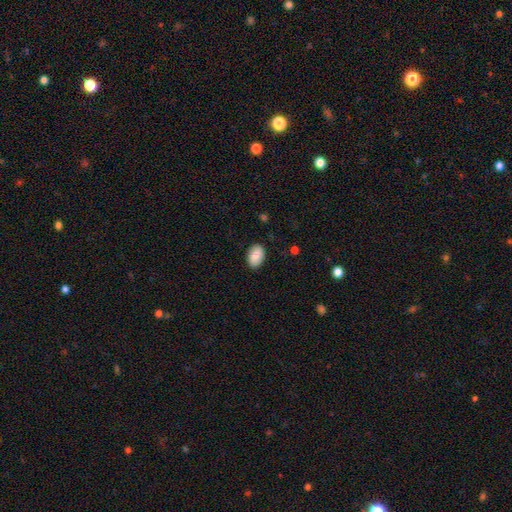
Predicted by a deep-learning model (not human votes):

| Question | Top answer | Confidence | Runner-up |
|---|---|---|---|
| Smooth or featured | smooth | 81% | featured or disk (12%) |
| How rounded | in between | 90% | round (9%) |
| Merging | none | 86% | minor disturbance (11%) |